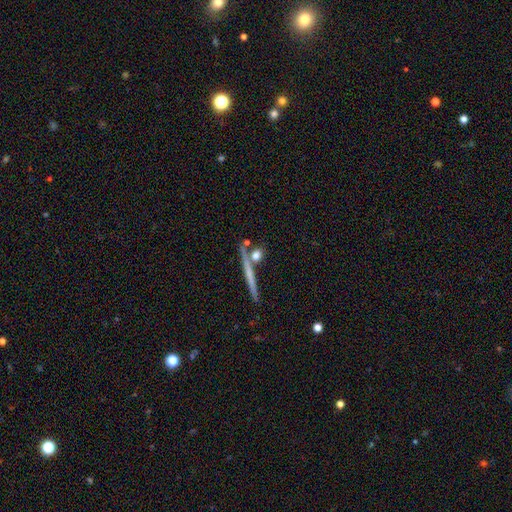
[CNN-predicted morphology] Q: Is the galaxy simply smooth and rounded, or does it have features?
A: smooth — 67%.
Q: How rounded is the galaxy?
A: round — 51%.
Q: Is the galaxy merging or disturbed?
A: none — 68%.